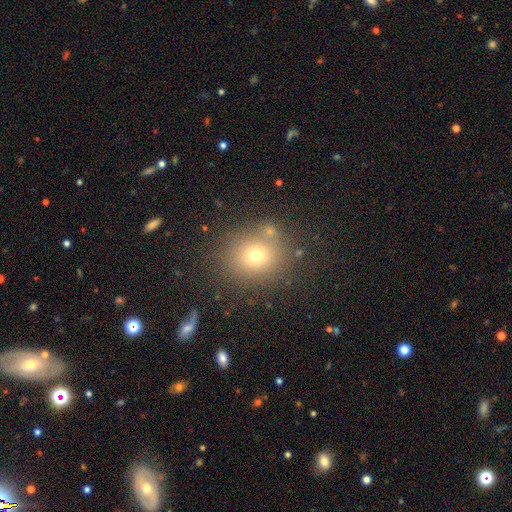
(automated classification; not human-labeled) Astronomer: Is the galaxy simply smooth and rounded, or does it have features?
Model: smooth — 72%.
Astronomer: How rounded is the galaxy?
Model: round — 71%.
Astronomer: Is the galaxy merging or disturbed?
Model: none — 77%.